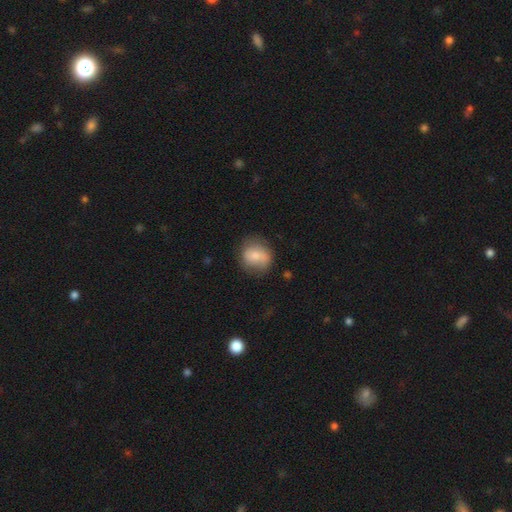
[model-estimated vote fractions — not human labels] Smooth or featured: smooth — 72% (featured or disk — 21%)
How rounded: round — 74% (in between — 25%)
Merging: none — 69% (minor disturbance — 21%)